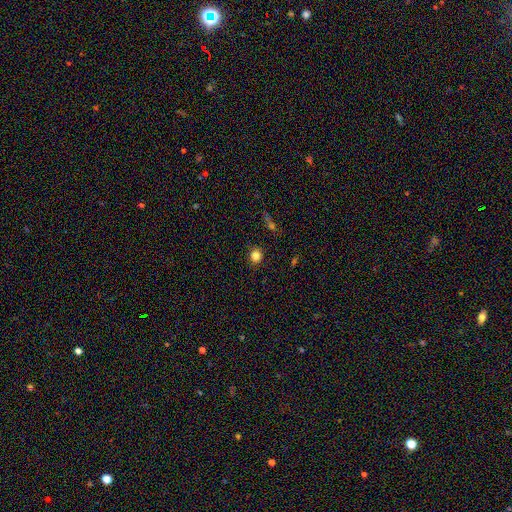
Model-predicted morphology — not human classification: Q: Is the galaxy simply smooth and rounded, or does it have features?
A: smooth — 82%.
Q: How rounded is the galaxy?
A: round — 87%.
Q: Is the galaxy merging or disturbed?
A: none — 89%.